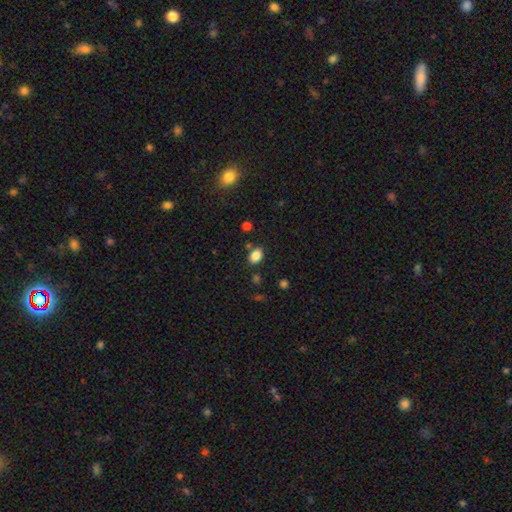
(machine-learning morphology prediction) Smooth or featured? smooth (85%)
How rounded? in between (78%)
Merging? none (78%)